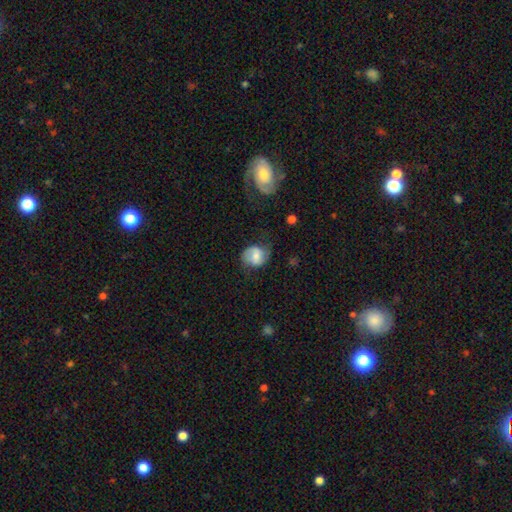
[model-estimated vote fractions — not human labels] Overall: featured or disk (46%, tied with smooth). Merging: none (61%; minor disturbance 24%).